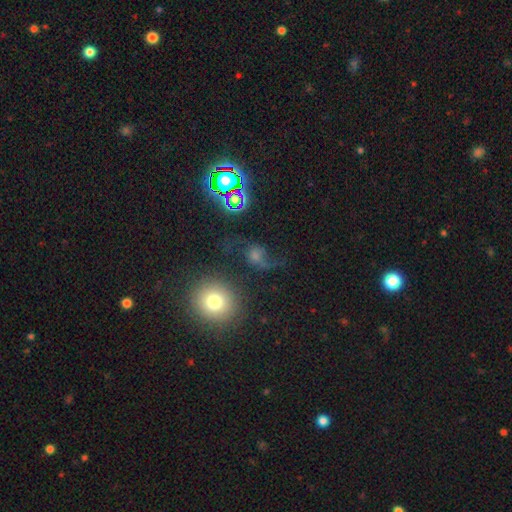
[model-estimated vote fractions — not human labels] Q: Smooth or featured?
A: featured or disk (42%); runner-up: smooth (30%)
Q: Merging?
A: none (43%); runner-up: major disturbance (32%)